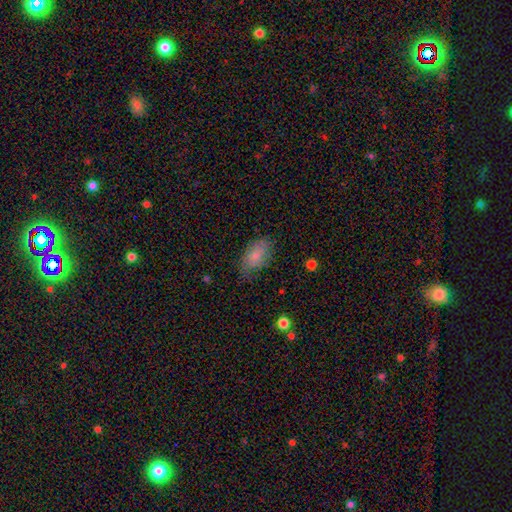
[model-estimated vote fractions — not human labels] Morphology: type=smooth (79%); roundness=in between (91%); merging=none (68%).